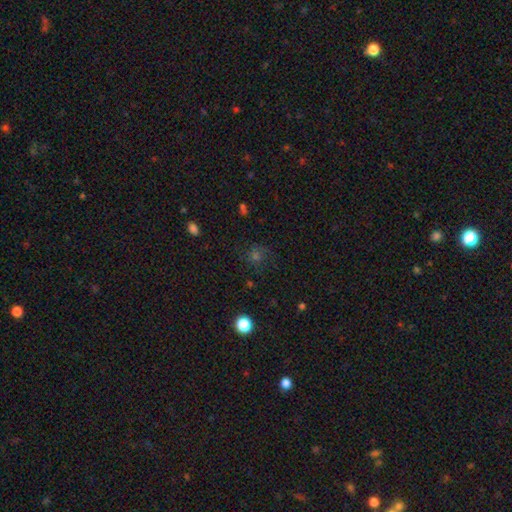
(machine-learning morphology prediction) Smooth or featured?
  - smooth: 48% *
  - star or artifact: 39%
  - featured or disk: 13%
Merging?
  - none: 77% *
  - minor disturbance: 14%
  - major disturbance: 7%
  - merger: 2%